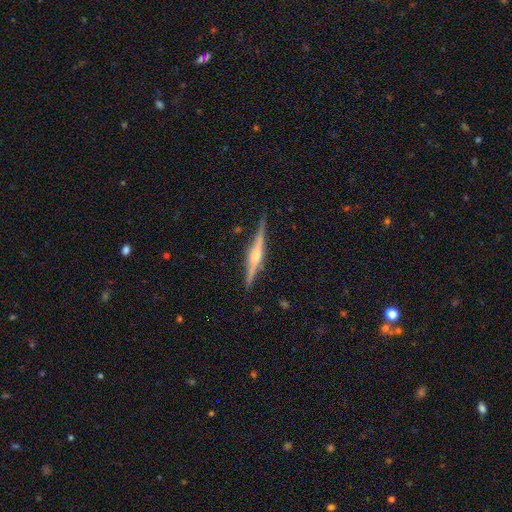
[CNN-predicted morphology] smooth_or_featured: featured or disk (p=0.80) [alt: smooth p=0.15]
disk_edge_on: yes (p=0.98) [alt: no p=0.02]
edge_on_bulge: rounded (p=0.77) [alt: boxy p=0.16]
merging: none (p=0.88) [alt: minor disturbance p=0.09]